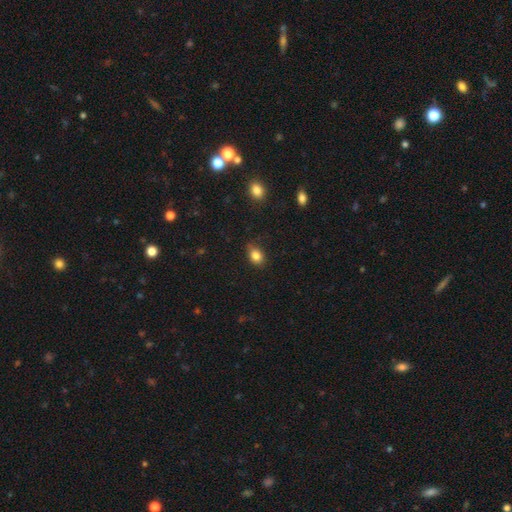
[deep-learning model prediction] Smooth or featured?
  - smooth: 84% *
  - star or artifact: 10%
  - featured or disk: 6%
How rounded?
  - in between: 66% *
  - round: 33%
  - cigar-shaped: 1%
Merging?
  - none: 75% *
  - minor disturbance: 20%
  - major disturbance: 4%
  - merger: 1%